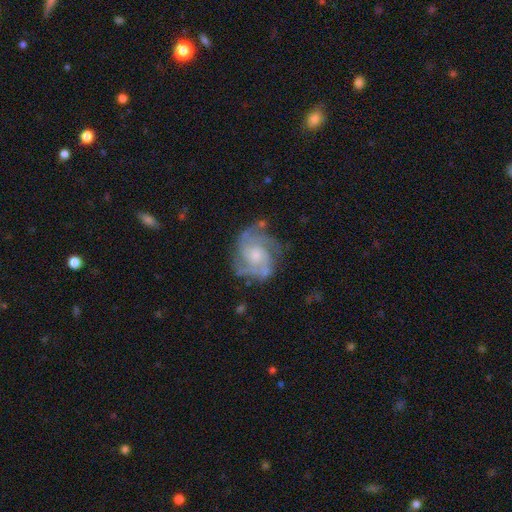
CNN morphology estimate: Q: Smooth or featured?
A: featured or disk (88%); runner-up: smooth (7%)
Q: Edge-on disk?
A: no (98%); runner-up: yes (2%)
Q: Bar?
A: no (68%); runner-up: weak (27%)
Q: Spiral arms?
A: yes (96%); runner-up: no (4%)
Q: Spiral winding?
A: tight (49%); runner-up: medium (42%)
Q: Spiral arm count?
A: 3 (34%); runner-up: 2 (29%)
Q: Bulge size?
A: small (53%); runner-up: moderate (39%)
Q: Merging?
A: none (66%); runner-up: minor disturbance (21%)